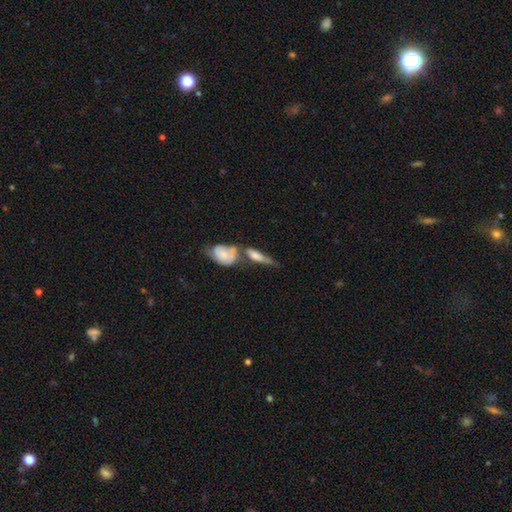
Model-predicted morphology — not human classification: Smooth or featured? smooth (58%)
How rounded? in between (54%)
Merging? merger (50%)